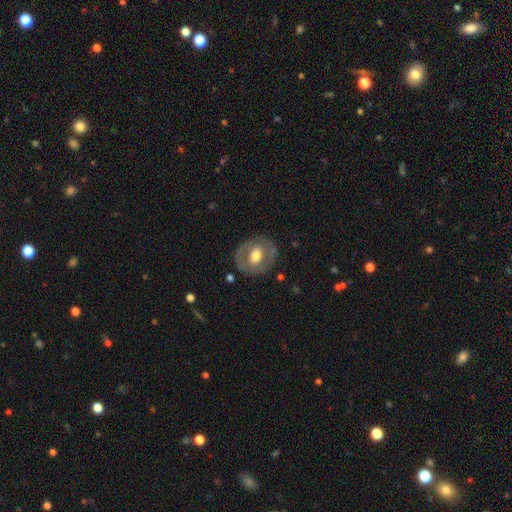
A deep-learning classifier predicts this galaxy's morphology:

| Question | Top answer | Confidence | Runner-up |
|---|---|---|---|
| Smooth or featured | featured or disk | 51% | smooth (43%) |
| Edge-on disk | no | 94% | yes (6%) |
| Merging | none | 78% | minor disturbance (14%) |